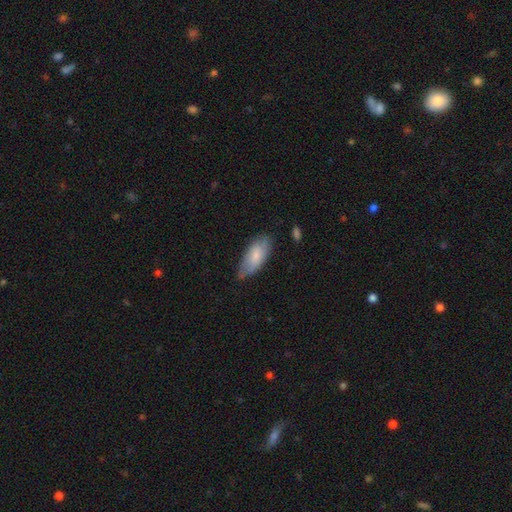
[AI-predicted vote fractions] Morphology: type=smooth (73%); roundness=in between (85%); merging=none (61%).